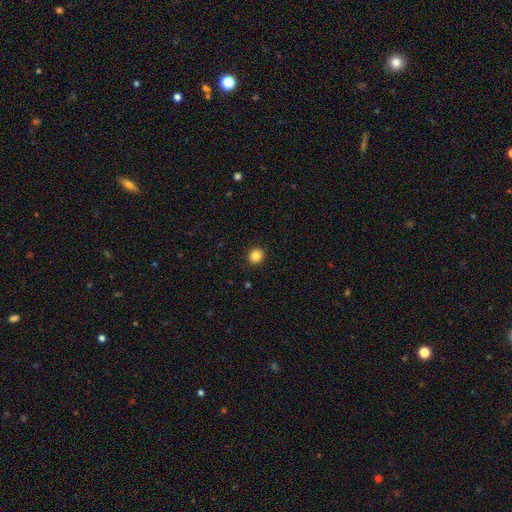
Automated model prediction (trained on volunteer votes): Smooth or featured?
  - smooth: 85% *
  - star or artifact: 11%
  - featured or disk: 4%
How rounded?
  - round: 91% *
  - in between: 8%
  - cigar-shaped: 1%
Merging?
  - none: 92% *
  - minor disturbance: 5%
  - major disturbance: 2%
  - merger: 1%